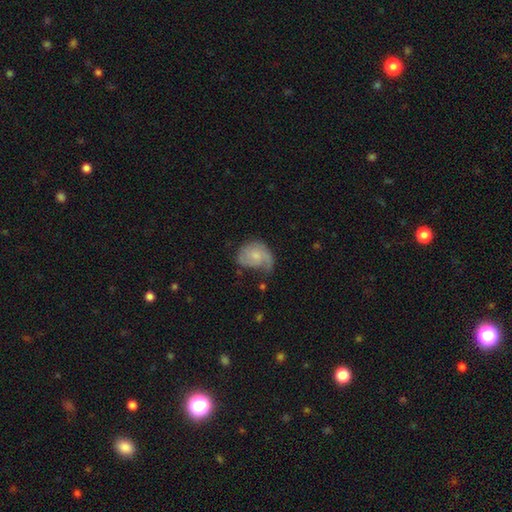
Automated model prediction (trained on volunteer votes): Q: Smooth or featured?
A: featured or disk (56%); runner-up: smooth (37%)
Q: Edge-on disk?
A: no (97%); runner-up: yes (3%)
Q: Bar?
A: no (71%); runner-up: weak (26%)
Q: Spiral arms?
A: yes (84%); runner-up: no (16%)
Q: Bulge size?
A: small (50%); runner-up: moderate (30%)
Q: Merging?
A: none (37%); runner-up: minor disturbance (33%)